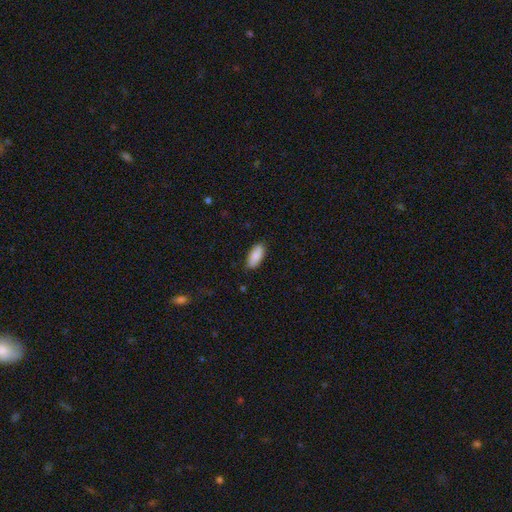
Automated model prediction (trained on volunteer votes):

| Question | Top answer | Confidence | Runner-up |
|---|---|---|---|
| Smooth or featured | smooth | 88% | featured or disk (6%) |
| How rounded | in between | 87% | cigar-shaped (11%) |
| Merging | none | 85% | minor disturbance (11%) |